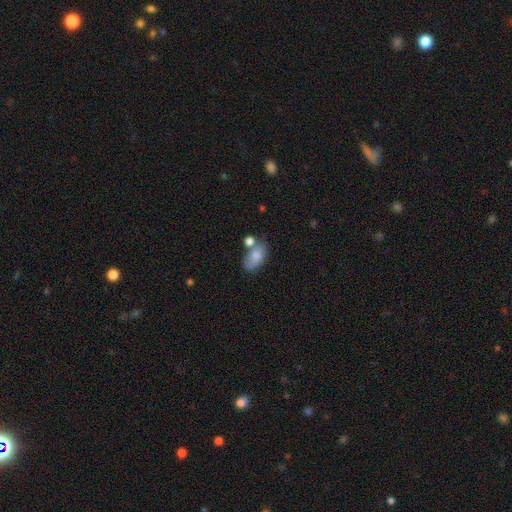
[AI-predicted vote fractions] Smooth or featured: smooth — 74% (featured or disk — 18%)
How rounded: in between — 89% (round — 9%)
Merging: none — 42% (merger — 26%)